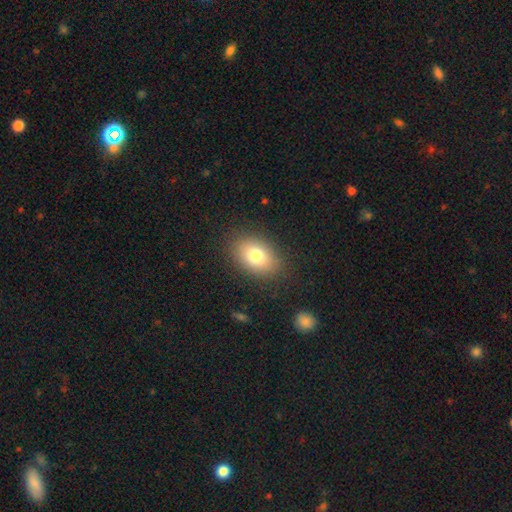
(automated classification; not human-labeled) This is likely a smooth galaxy (77%). How rounded: likely in between (80%). Merging: clearly none (85%).